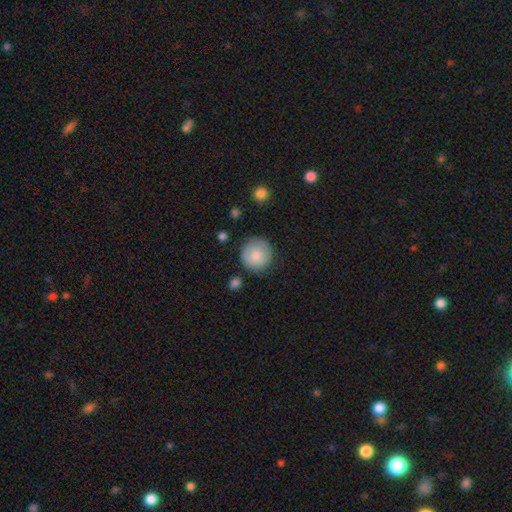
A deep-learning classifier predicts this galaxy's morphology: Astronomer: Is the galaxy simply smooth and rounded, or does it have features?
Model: smooth — 81%.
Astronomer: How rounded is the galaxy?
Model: round — 95%.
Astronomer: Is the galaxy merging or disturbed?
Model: none — 81%.